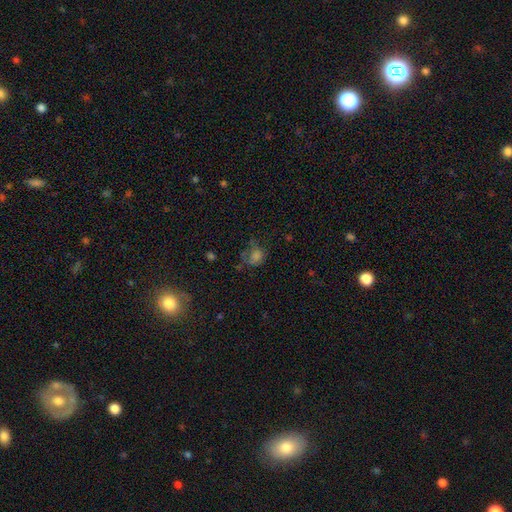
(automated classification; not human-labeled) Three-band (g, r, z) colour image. It shows a smooth galaxy with no disk features (51%) that is round (60%). Merging: none (50%).